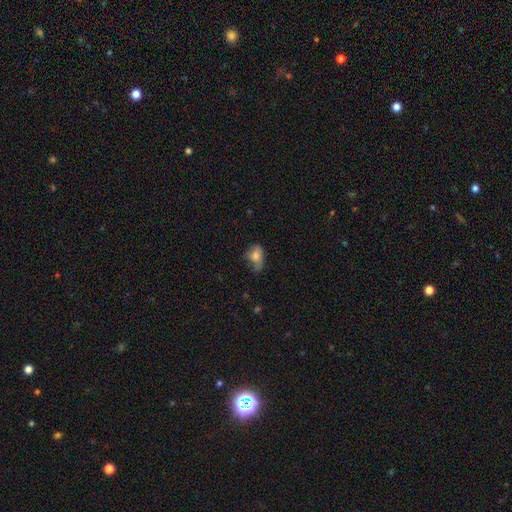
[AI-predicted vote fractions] smooth-or-featured: smooth: 71% | featured or disk: 19% | star or artifact: 10%
  how-rounded: in between: 81% | round: 16% | cigar-shaped: 2%
  merging: minor disturbance: 38% | none: 34% | major disturbance: 25% | merger: 3%